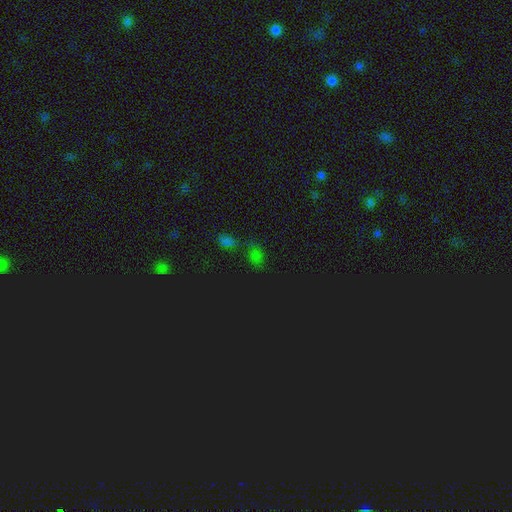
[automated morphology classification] Overall: star or artifact (56%; smooth 37%).